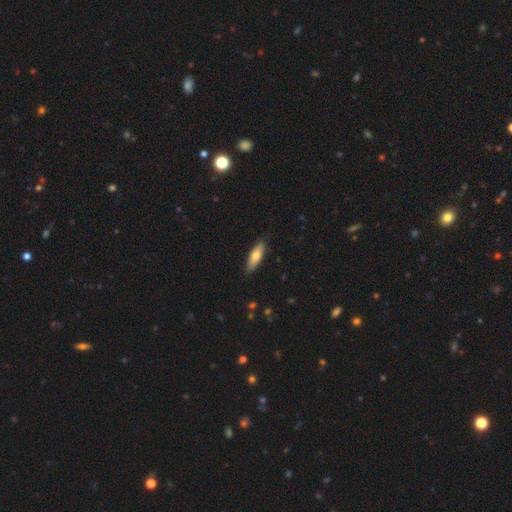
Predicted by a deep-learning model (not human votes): smooth_or_featured: smooth (p=0.69) [alt: featured or disk p=0.25]
how_rounded: in between (p=0.54) [alt: cigar-shaped p=0.44]
merging: none (p=0.86) [alt: minor disturbance p=0.11]